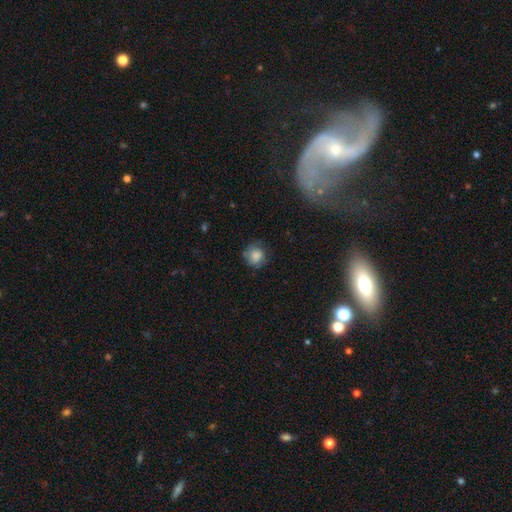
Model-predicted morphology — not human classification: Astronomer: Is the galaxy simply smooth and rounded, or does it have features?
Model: smooth — 76%.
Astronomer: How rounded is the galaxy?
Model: round — 86%.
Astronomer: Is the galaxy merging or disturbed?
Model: none — 68%.